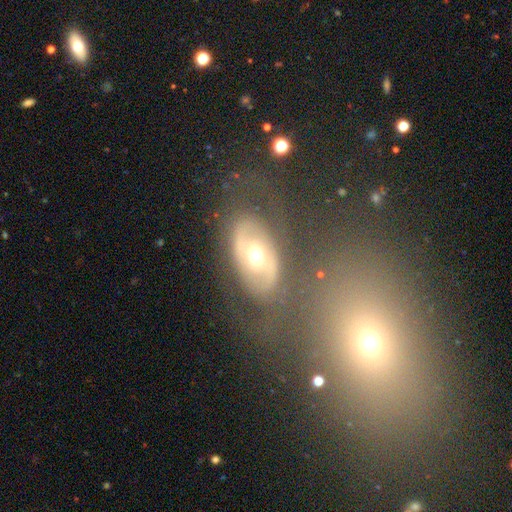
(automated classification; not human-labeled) smooth-or-featured: featured or disk: 69% | smooth: 21% | star or artifact: 9%
  disk-edge-on: no: 94% | yes: 6%
    bar: no: 69% | weak: 22% | strong: 9%
    has-spiral-arms: yes: 59% | no: 41%
    bulge-size: moderate: 68% | small: 25% | large: 5% | dominant: 1% | none: 1%
  merging: none: 74% | minor disturbance: 14% | major disturbance: 8% | merger: 5%